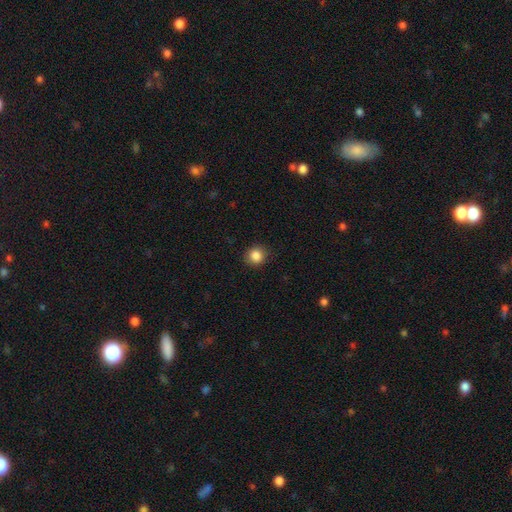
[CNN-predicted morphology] The model was most divided on "how rounded": round: 87%, in between: 12%, cigar-shaped: 1%. More confident: merging — none (88%); smooth or featured — smooth (86%).